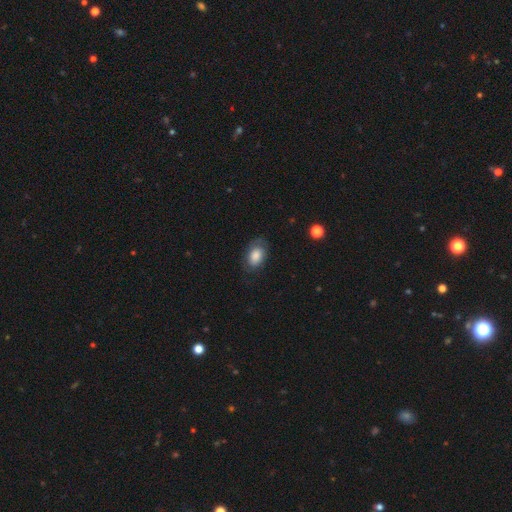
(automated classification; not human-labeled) The model was most divided on "merging": none: 71%, minor disturbance: 20%, major disturbance: 7%, merger: 1%. More confident: how rounded — in between (88%); smooth or featured — smooth (78%).